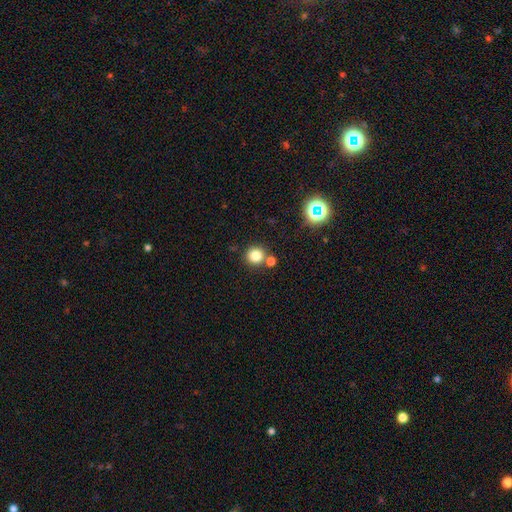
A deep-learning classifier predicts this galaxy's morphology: Q: Smooth or featured?
A: smooth (80%); runner-up: star or artifact (14%)
Q: How rounded?
A: round (92%); runner-up: in between (7%)
Q: Merging?
A: none (75%); runner-up: merger (15%)